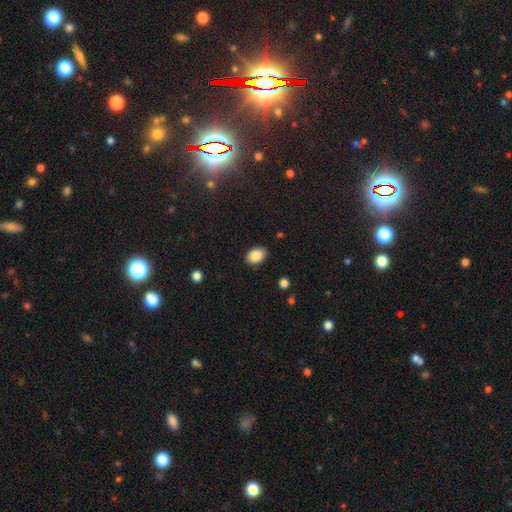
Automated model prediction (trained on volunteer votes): smooth_or_featured: smooth (p=0.86) [alt: star or artifact p=0.08]
how_rounded: in between (p=0.84) [alt: round p=0.15]
merging: none (p=0.86) [alt: minor disturbance p=0.11]